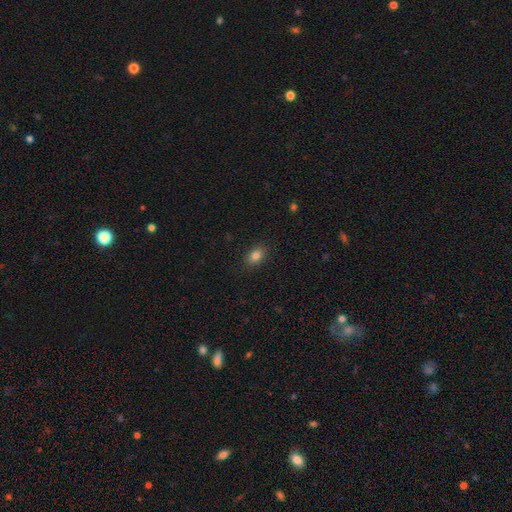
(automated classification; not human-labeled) Smooth or featured?
  - smooth: 83% *
  - star or artifact: 10%
  - featured or disk: 7%
How rounded?
  - in between: 82% *
  - round: 16%
  - cigar-shaped: 2%
Merging?
  - none: 88% *
  - minor disturbance: 9%
  - major disturbance: 2%
  - merger: 1%